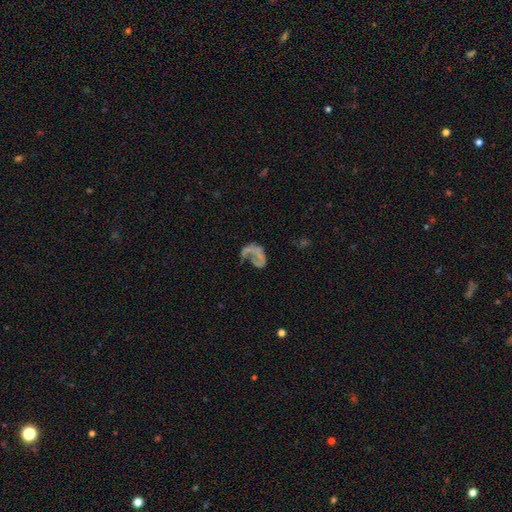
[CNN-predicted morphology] This is possibly a featured or disk galaxy (52%). It is clearly not viewed edge-on (97%). Bar: clearly no (87%). Spiral arm pattern: likely no (67%). Central bulge: clearly none (80%). Merging: possibly major disturbance (47%).